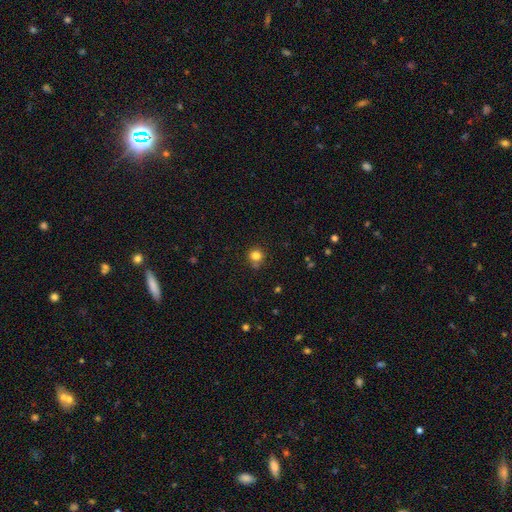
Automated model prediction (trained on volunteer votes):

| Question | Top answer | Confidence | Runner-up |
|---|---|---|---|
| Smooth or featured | smooth | 82% | star or artifact (13%) |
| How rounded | round | 91% | in between (8%) |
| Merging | none | 80% | minor disturbance (11%) |